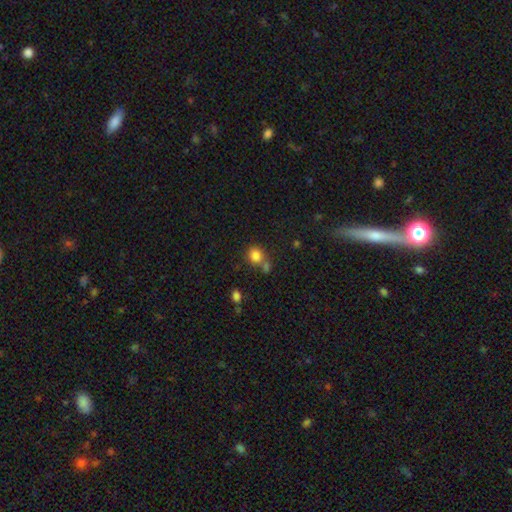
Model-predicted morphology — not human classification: Smooth or featured? smooth (83%)
How rounded? round (80%)
Merging? none (57%)